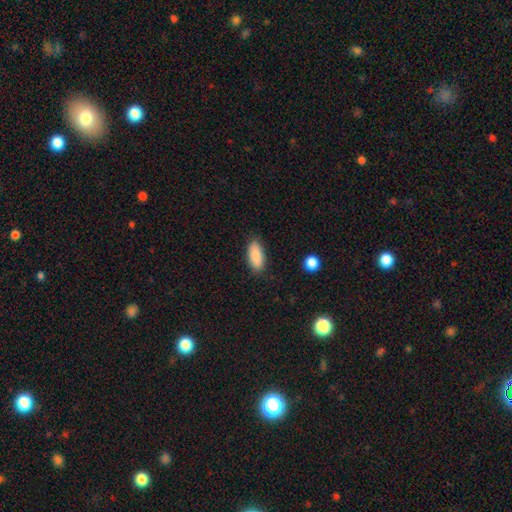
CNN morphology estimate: type=smooth (88%); roundness=in between (85%); merging=none (86%).